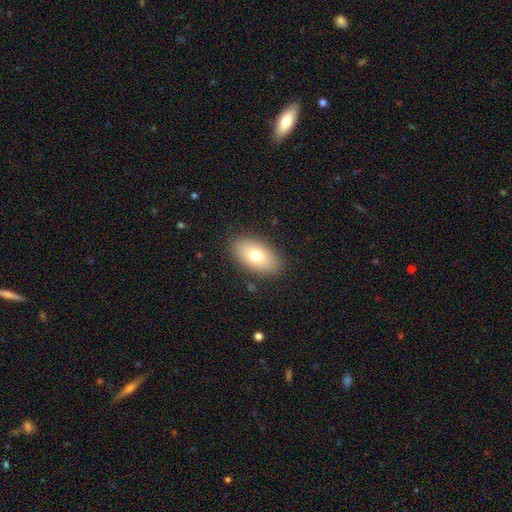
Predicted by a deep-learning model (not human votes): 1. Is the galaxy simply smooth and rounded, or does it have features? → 74% smooth, 17% featured or disk, 8% star or artifact.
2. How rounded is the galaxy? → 92% in between, 5% round, 2% cigar-shaped.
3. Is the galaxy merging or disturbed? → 87% none, 9% minor disturbance, 3% major disturbance, 1% merger.